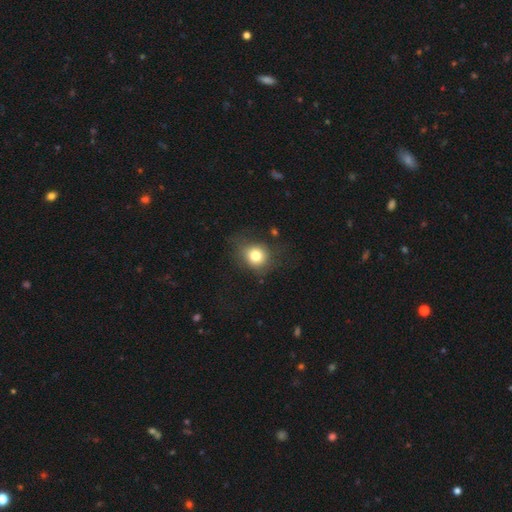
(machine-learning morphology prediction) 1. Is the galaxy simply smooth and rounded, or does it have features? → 77% smooth, 12% star or artifact, 11% featured or disk.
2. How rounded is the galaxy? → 79% round, 20% in between, 1% cigar-shaped.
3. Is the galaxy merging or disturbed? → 66% none, 21% minor disturbance, 10% major disturbance, 2% merger.